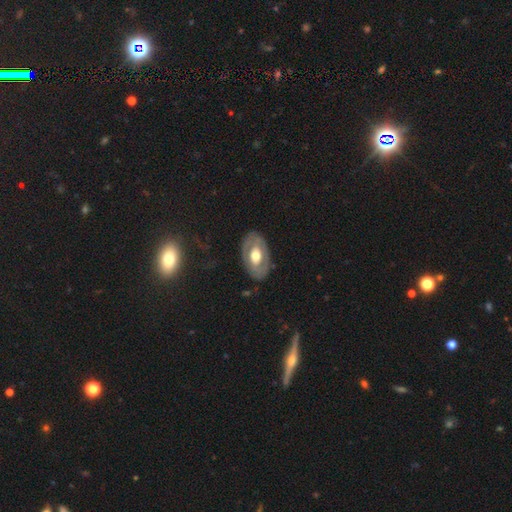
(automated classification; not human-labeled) A featured or disk galaxy (61%) with no bar (68%), no spiral arms (71%) and a moderate central bulge (66%).

Vote fractions:
- Smooth or featured? featured or disk: 61% / smooth: 34% / star or artifact: 5%
- Edge-on disk? no: 91% / yes: 9%
- Bar? no: 68% / weak: 22% / strong: 10%
- Spiral arms? no: 71% / yes: 29%
- Bulge size? moderate: 66% / large: 26% / small: 6% / dominant: 1% / none: 1%
- Merging? none: 80% / minor disturbance: 14% / major disturbance: 5% / merger: 1%